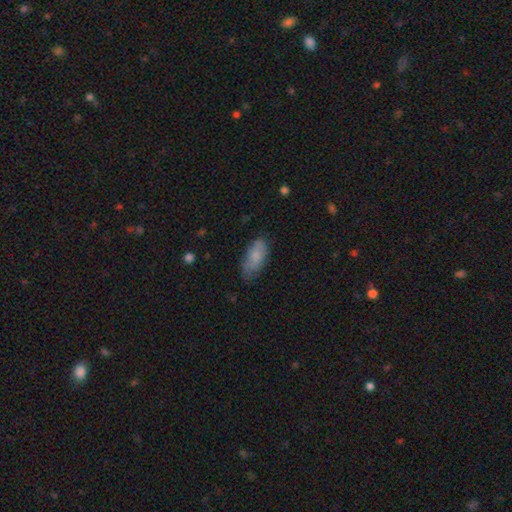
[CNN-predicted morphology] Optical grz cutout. It shows a smooth galaxy with no disk features (80%) that is in between round and cigar-shaped (86%). Merging: none (60%).